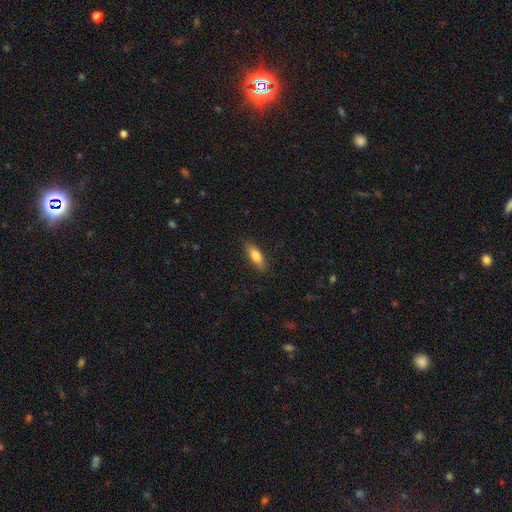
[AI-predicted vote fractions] Smooth or featured: smooth — 81% (featured or disk — 13%)
How rounded: in between — 67% (cigar-shaped — 31%)
Merging: none — 86% (minor disturbance — 11%)